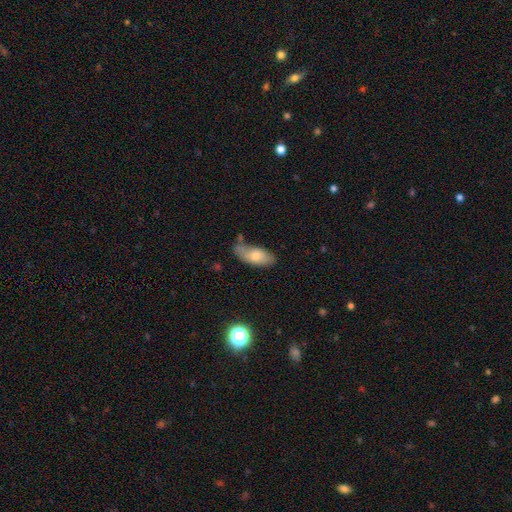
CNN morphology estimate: The model was most divided on "merging": none: 52%, minor disturbance: 30%, merger: 9%, major disturbance: 9%. More confident: how rounded — in between (87%); smooth or featured — smooth (72%).